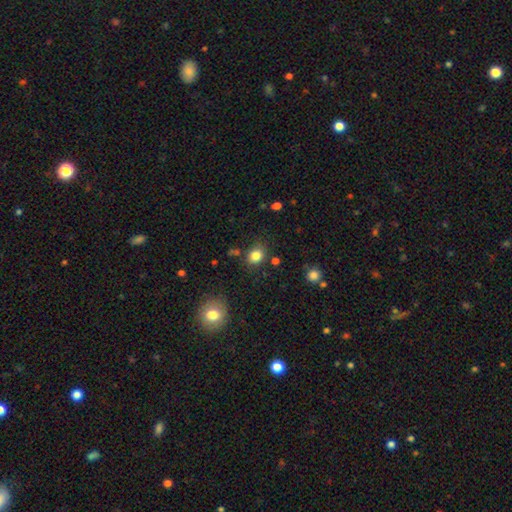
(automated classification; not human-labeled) smooth-or-featured: smooth: 83% | star or artifact: 12% | featured or disk: 6%
  how-rounded: round: 63% | in between: 36% | cigar-shaped: 1%
  merging: none: 80% | minor disturbance: 12% | major disturbance: 4% | merger: 4%